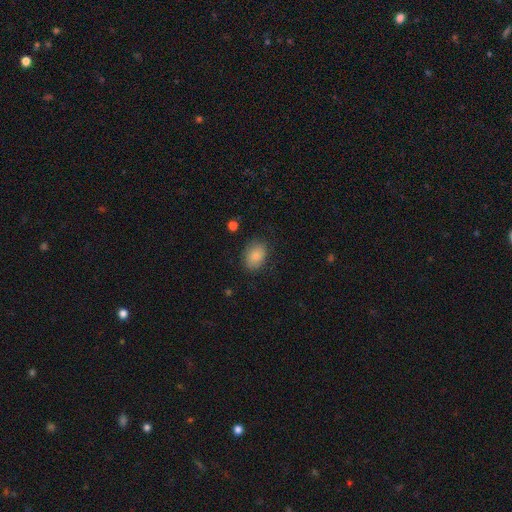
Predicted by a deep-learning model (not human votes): smooth_or_featured: smooth (p=0.84) [alt: star or artifact p=0.08]
how_rounded: in between (p=0.79) [alt: round p=0.20]
merging: none (p=0.81) [alt: minor disturbance p=0.13]